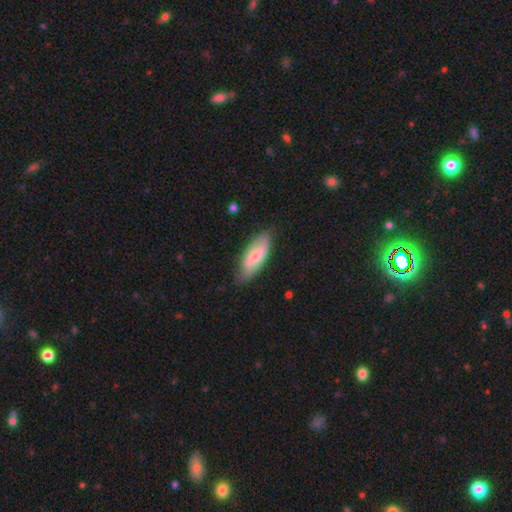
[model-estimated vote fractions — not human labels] A smooth galaxy with no disk features (53%) that is in between round and cigar-shaped (75%). Merging: none (75%).